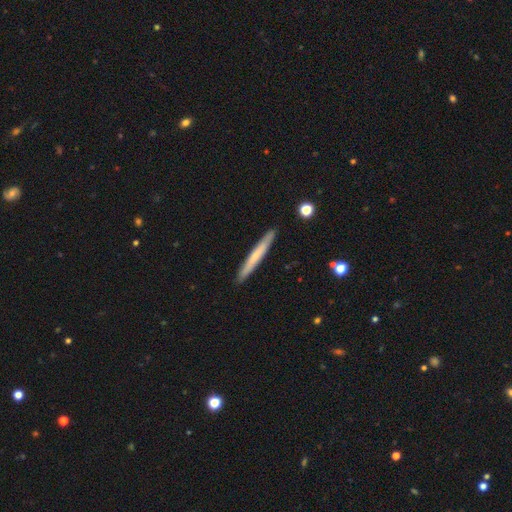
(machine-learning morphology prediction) Q: Smooth or featured?
A: smooth (57%); runner-up: featured or disk (38%)
Q: How rounded?
A: cigar-shaped (97%); runner-up: in between (2%)
Q: Merging?
A: none (92%); runner-up: minor disturbance (6%)